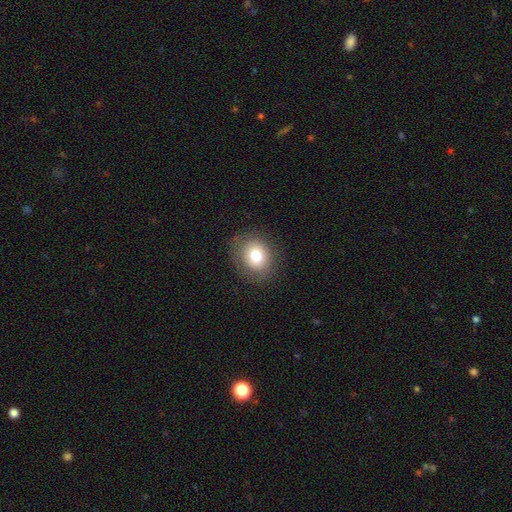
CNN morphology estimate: type=smooth (78%); roundness=round (63%); merging=none (83%).